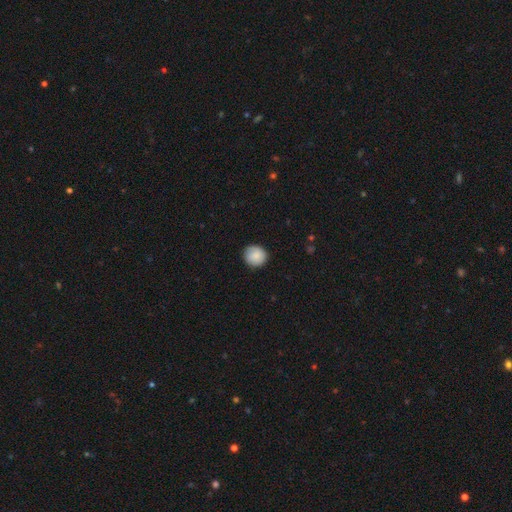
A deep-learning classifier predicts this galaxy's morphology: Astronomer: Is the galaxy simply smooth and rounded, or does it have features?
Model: smooth — 86%.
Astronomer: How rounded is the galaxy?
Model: round — 91%.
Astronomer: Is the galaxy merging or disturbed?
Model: none — 87%.